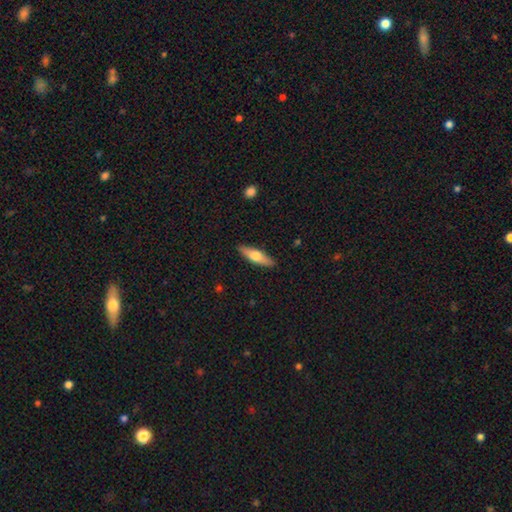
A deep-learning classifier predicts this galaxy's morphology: Overall: smooth (53%; featured or disk 42%). How rounded: cigar-shaped (60%; in between 38%). Merging: none (89%).